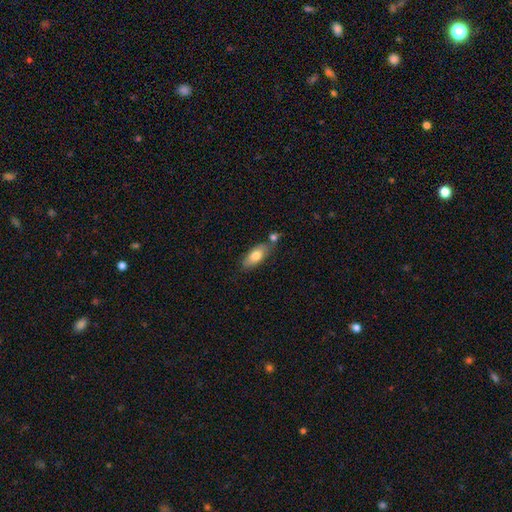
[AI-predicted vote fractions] A smooth galaxy with no disk features (76%) that is in between round and cigar-shaped (84%).

Vote fractions:
- Smooth or featured? smooth: 76% / featured or disk: 17% / star or artifact: 7%
- How rounded? in between: 84% / cigar-shaped: 13% / round: 3%
- Merging? none: 59% / merger: 21% / minor disturbance: 15% / major disturbance: 4%